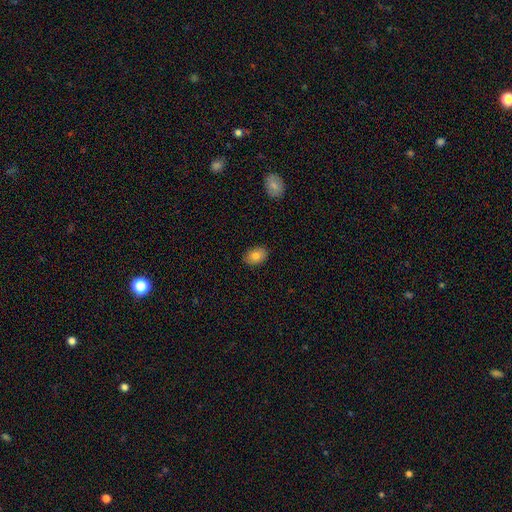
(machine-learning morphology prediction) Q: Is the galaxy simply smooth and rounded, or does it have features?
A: smooth — 82%.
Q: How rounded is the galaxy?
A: in between — 84%.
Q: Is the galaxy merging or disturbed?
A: none — 87%.